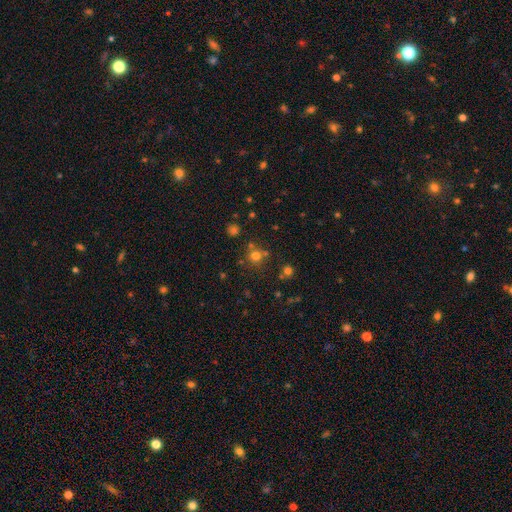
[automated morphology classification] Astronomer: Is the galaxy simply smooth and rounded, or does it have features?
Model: smooth — 69%.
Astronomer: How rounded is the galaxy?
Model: round — 91%.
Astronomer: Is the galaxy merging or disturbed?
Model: none — 72%.